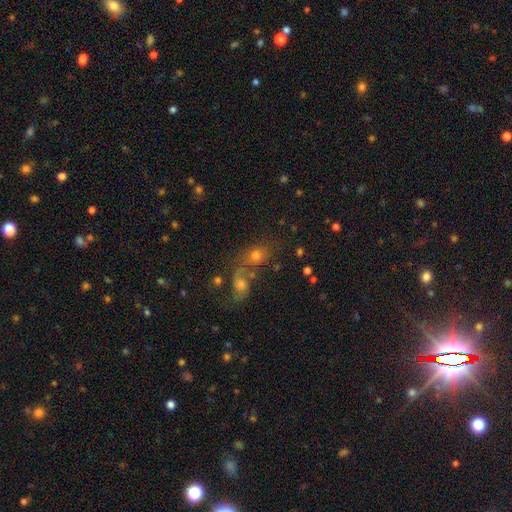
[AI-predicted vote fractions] This is possibly a smooth galaxy (58%). How rounded: likely round (62%). Merging: possibly merger (55%).